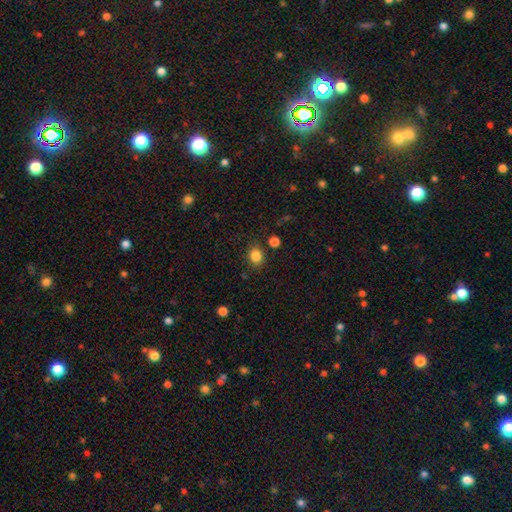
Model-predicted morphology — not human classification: A smooth galaxy with no disk features (84%) that is round (63%).

Vote fractions:
- Smooth or featured? smooth: 84% / star or artifact: 11% / featured or disk: 5%
- How rounded? round: 63% / in between: 36% / cigar-shaped: 1%
- Merging? none: 83% / minor disturbance: 11% / merger: 3% / major disturbance: 3%